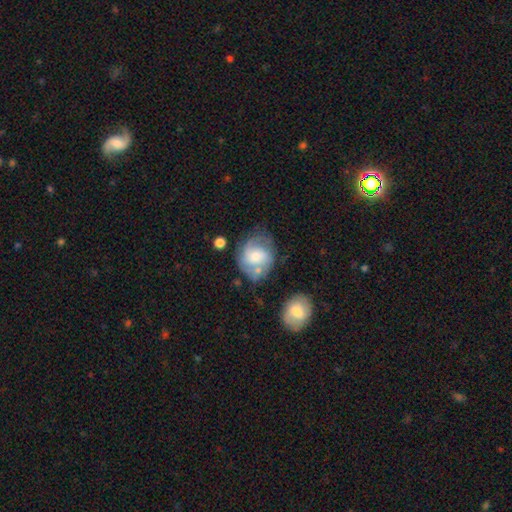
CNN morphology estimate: Smooth or featured: featured or disk — 49% (smooth — 43%)
Merging: none — 51% (minor disturbance — 25%)